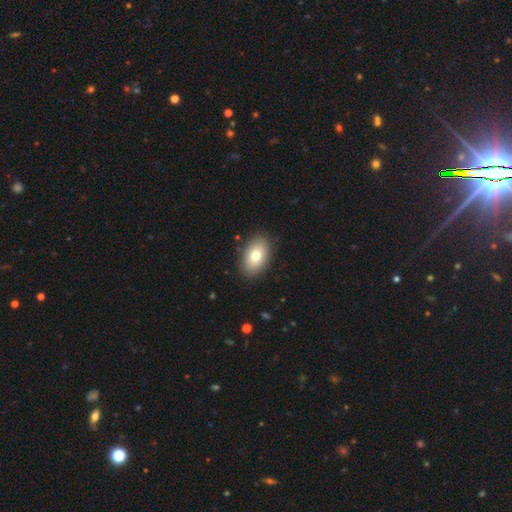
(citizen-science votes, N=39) Morphology: type=smooth (79%); roundness=in between (94%); merging=none (78%).